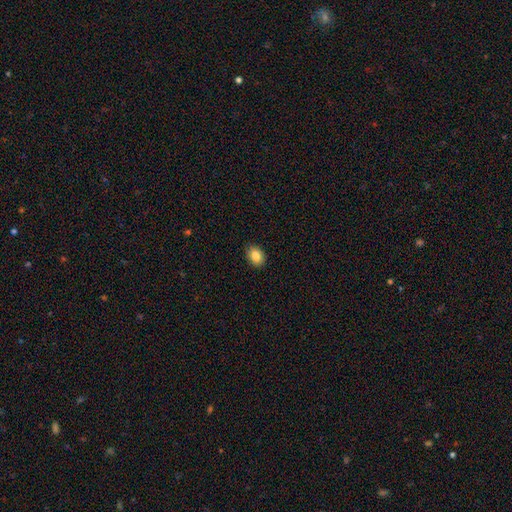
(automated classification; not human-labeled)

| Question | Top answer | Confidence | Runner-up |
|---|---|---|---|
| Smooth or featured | smooth | 86% | star or artifact (8%) |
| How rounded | in between | 75% | round (24%) |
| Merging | none | 89% | minor disturbance (8%) |